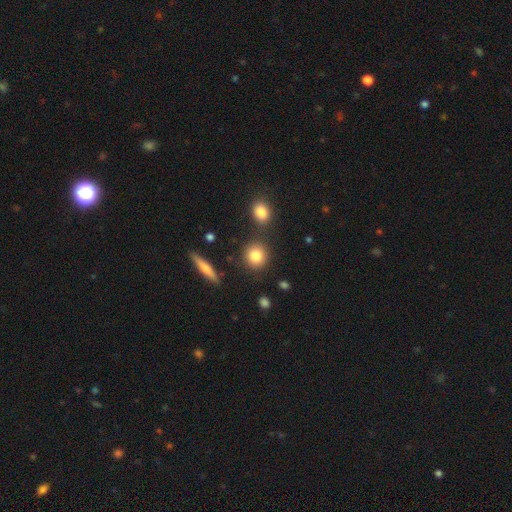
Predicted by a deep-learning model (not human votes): Smooth or featured: smooth — 82% (star or artifact — 9%)
How rounded: round — 83% (in between — 15%)
Merging: none — 78% (merger — 10%)